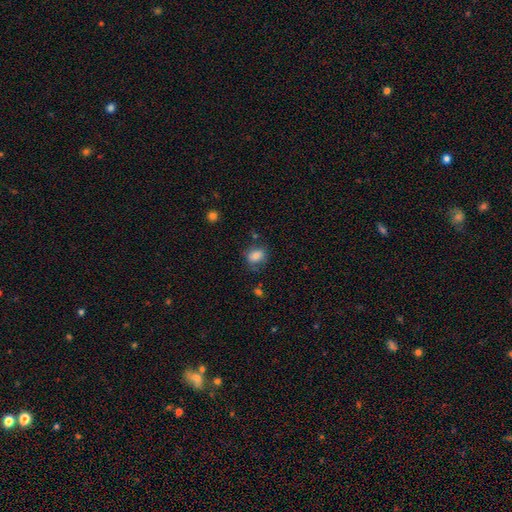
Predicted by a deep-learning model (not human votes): A smooth galaxy with no disk features (80%) that is round (53%). Merging: none (69%).